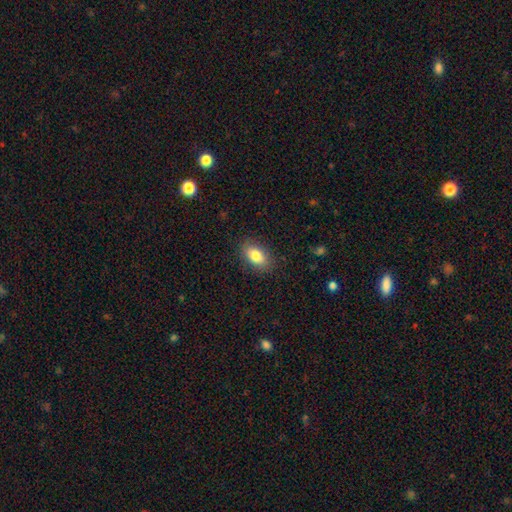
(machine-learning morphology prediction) Overall: smooth (82%). How rounded: in between (89%). Merging: none (85%).